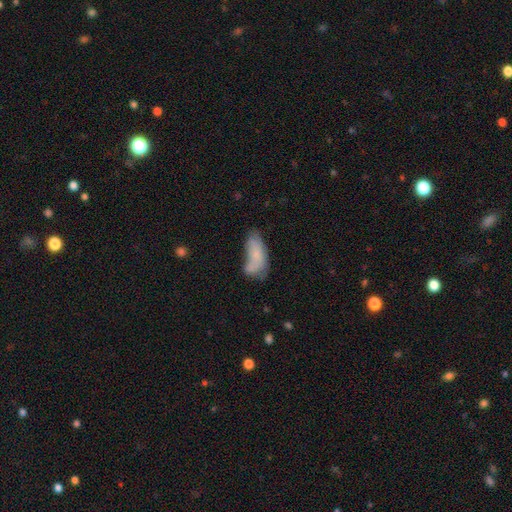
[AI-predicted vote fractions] Morphology: type=smooth (71%); roundness=in between (82%); merging=none (33%).